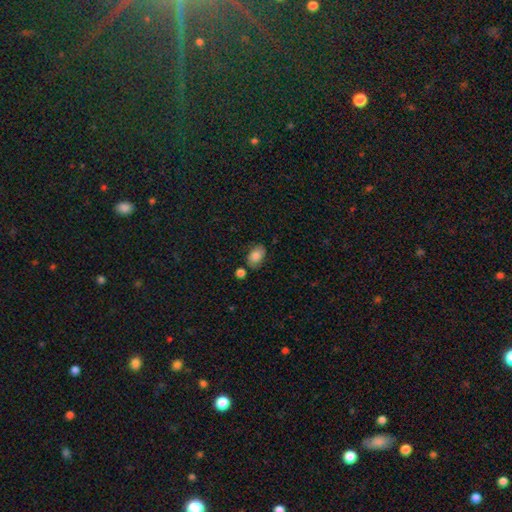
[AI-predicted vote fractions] Smooth or featured? Predicted: smooth (p=0.81). How rounded? Predicted: in between (p=0.85). Merging? Predicted: none (p=0.72).